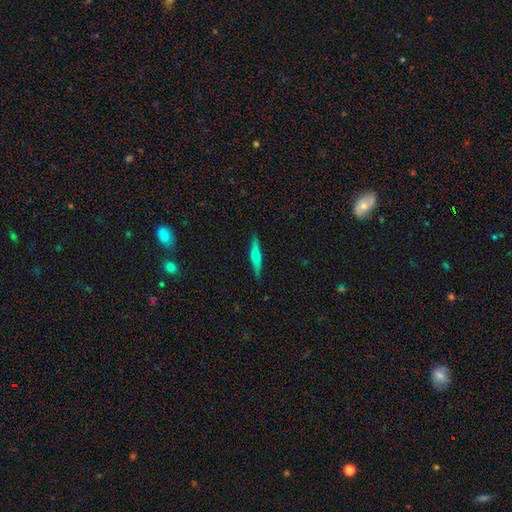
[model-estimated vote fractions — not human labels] Smooth or featured?
  - smooth: 50% *
  - featured or disk: 44%
  - star or artifact: 6%
Merging?
  - none: 88% *
  - minor disturbance: 9%
  - major disturbance: 2%
  - merger: 1%